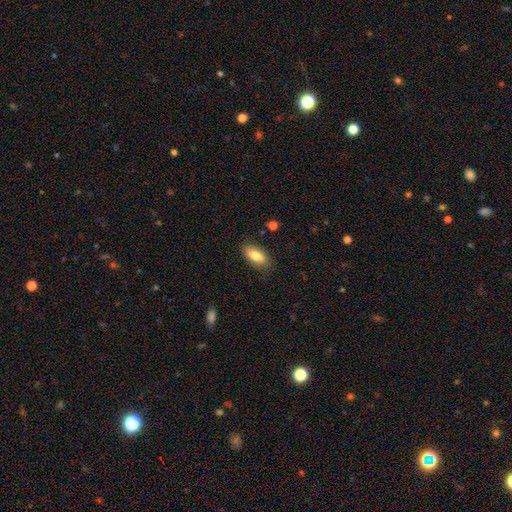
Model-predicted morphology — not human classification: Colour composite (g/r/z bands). It shows a smooth galaxy with no disk features (80%) that is in between round and cigar-shaped (85%). Merging: none (82%).